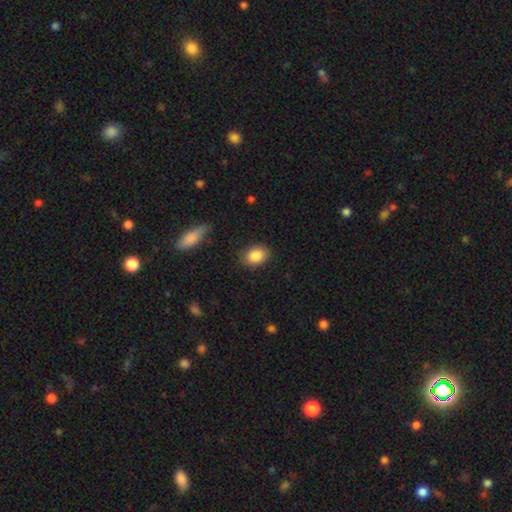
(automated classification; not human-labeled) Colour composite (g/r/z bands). It shows a smooth galaxy with no disk features (87%) that is in between round and cigar-shaped (69%). Merging: none (85%).